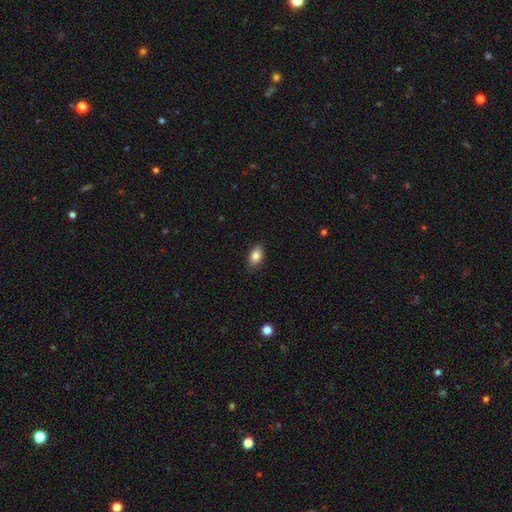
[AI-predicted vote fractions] This appears to be a smooth galaxy with no disk features (84%) that is in between round and cigar-shaped (88%). Merging: none (85%).